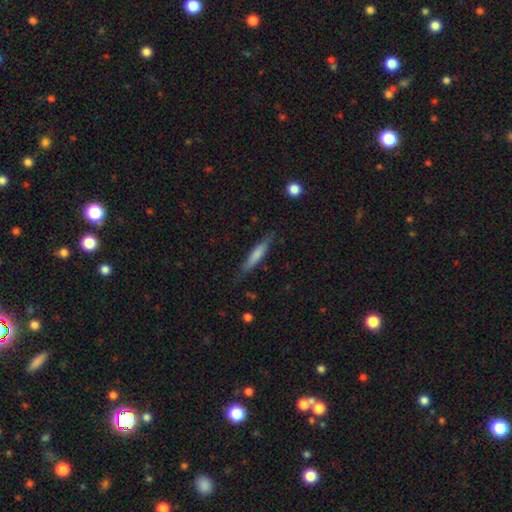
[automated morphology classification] type=smooth (69%); roundness=cigar-shaped (86%); merging=none (77%).